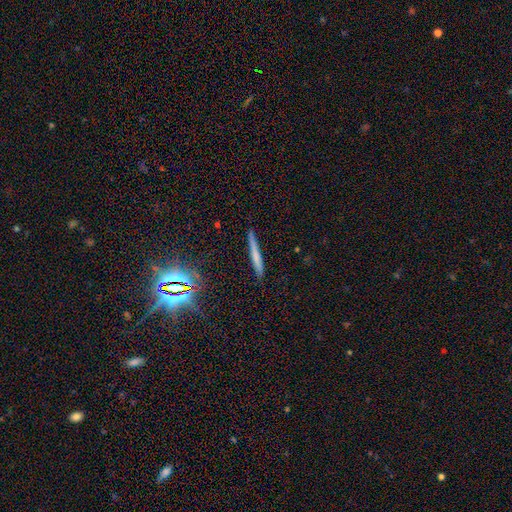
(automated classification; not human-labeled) The model was most divided on "smooth or featured": smooth: 61%, featured or disk: 27%, star or artifact: 13%. More confident: how rounded — cigar-shaped (95%); merging — none (87%).